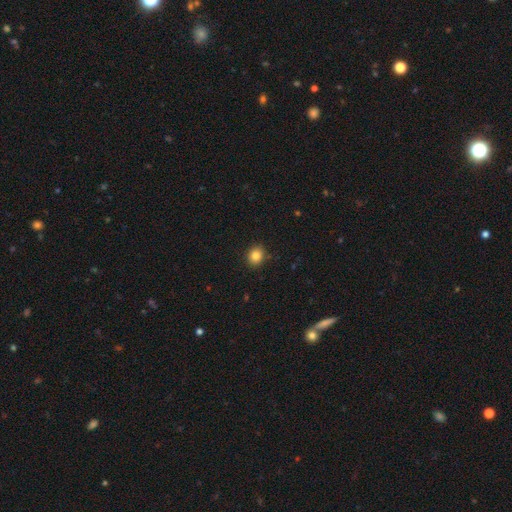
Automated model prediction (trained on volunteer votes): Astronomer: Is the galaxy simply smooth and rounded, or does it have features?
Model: smooth — 83%.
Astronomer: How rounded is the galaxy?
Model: round — 73%.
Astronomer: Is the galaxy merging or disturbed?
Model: none — 87%.